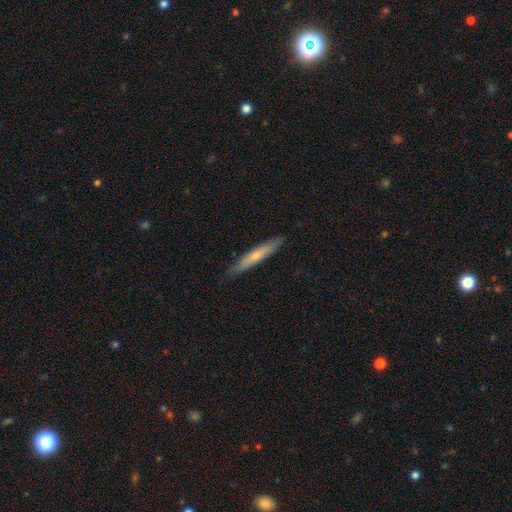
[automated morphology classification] Smooth or featured?
  - smooth: 56% *
  - featured or disk: 38%
  - star or artifact: 6%
How rounded?
  - cigar-shaped: 93% *
  - in between: 5%
  - round: 1%
Merging?
  - none: 88% *
  - minor disturbance: 9%
  - major disturbance: 2%
  - merger: 1%